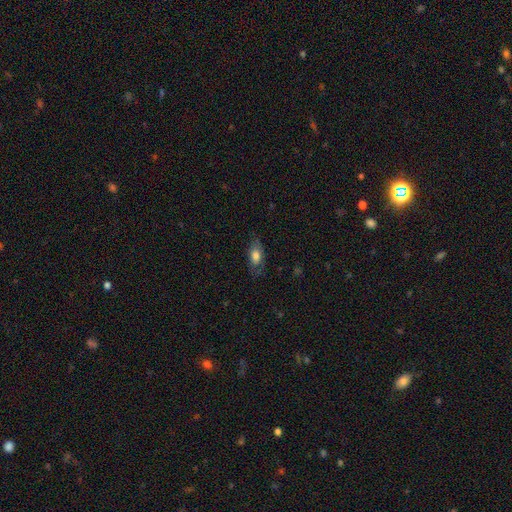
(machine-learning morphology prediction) Smooth or featured? smooth (69%)
How rounded? in between (87%)
Merging? none (70%)